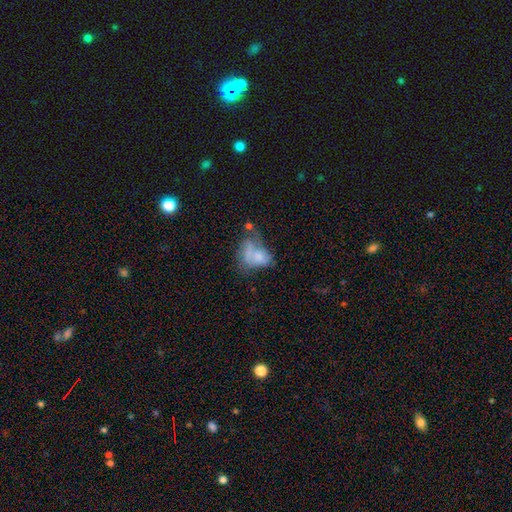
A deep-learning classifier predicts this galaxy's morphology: This appears to be a smooth galaxy with no disk features (58%) that is in between round and cigar-shaped (81%). Merging: major disturbance (32%).